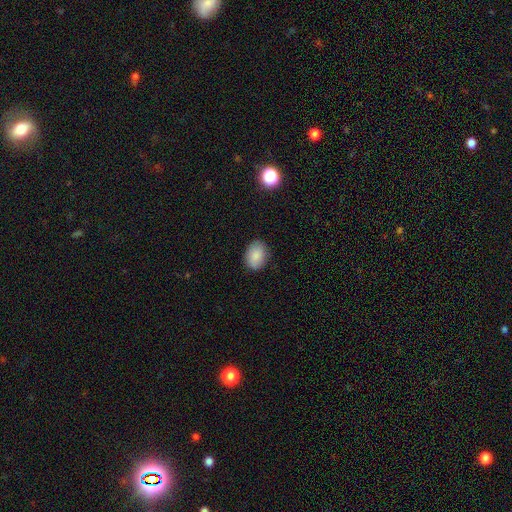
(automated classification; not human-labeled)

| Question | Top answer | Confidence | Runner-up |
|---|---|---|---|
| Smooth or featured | smooth | 87% | star or artifact (7%) |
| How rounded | in between | 75% | round (24%) |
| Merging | none | 86% | minor disturbance (10%) |